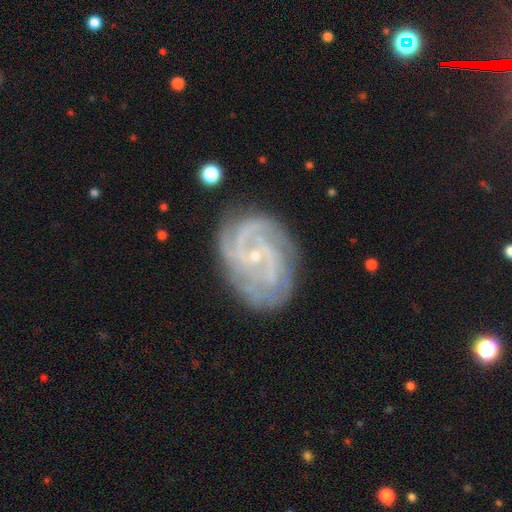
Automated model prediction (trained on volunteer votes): smooth-or-featured: featured or disk: 89% | star or artifact: 6% | smooth: 5%
  disk-edge-on: no: 98% | yes: 2%
    bar: no: 58% | weak: 33% | strong: 9%
    has-spiral-arms: yes: 97% | no: 3%
      spiral-winding: tight: 56% | medium: 37% | loose: 7%
      spiral-arm-count: 3: 29% | 2: 25% | can't tell: 18% | 4: 15% | more than 4: 7% | 1: 6%
    bulge-size: small: 84% | moderate: 12% | none: 2% | large: 1% | dominant: 1%
  merging: none: 73% | minor disturbance: 18% | major disturbance: 7% | merger: 2%